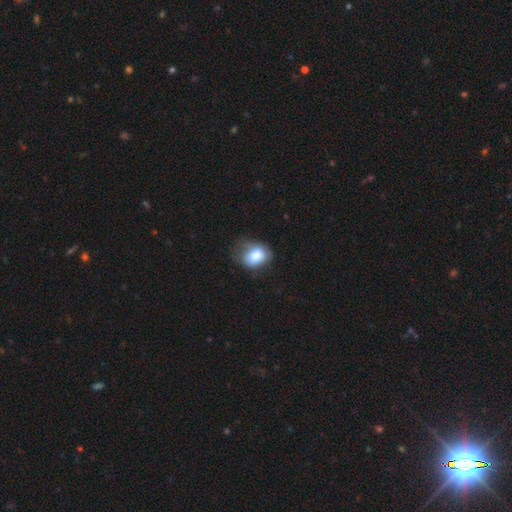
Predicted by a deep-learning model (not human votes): A smooth galaxy with no disk features (78%) that is in between round and cigar-shaped (63%).

Vote fractions:
- Smooth or featured? smooth: 78% / featured or disk: 14% / star or artifact: 8%
- How rounded? in between: 63% / round: 36% / cigar-shaped: 1%
- Merging? none: 42% / minor disturbance: 36% / major disturbance: 20% / merger: 2%